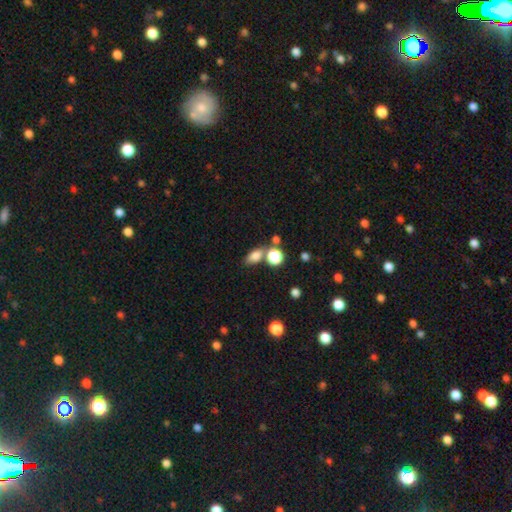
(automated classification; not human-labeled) A smooth galaxy with no disk features (78%) that is in between round and cigar-shaped (75%).

Vote fractions:
- Smooth or featured? smooth: 78% / star or artifact: 13% / featured or disk: 9%
- How rounded? in between: 75% / round: 19% / cigar-shaped: 5%
- Merging? none: 61% / merger: 22% / minor disturbance: 12% / major disturbance: 5%